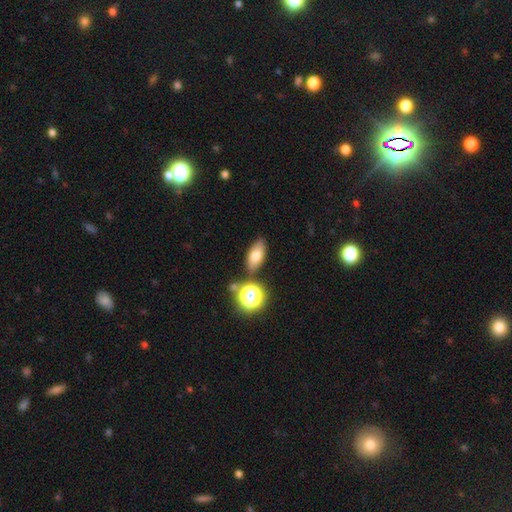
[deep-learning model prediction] This is likely a smooth galaxy (73%). How rounded: clearly in between (82%). Merging: likely none (77%).